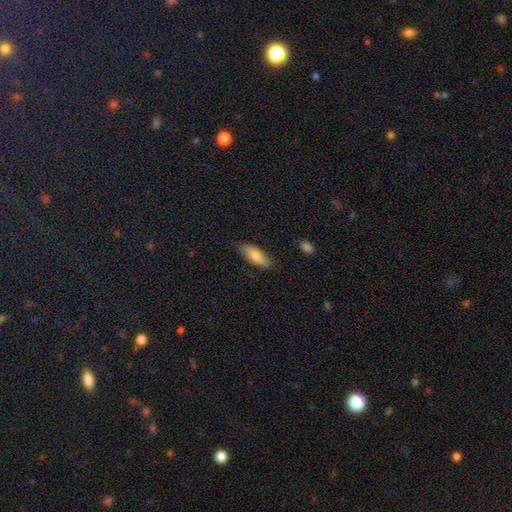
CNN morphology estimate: Smooth or featured?
  - smooth: 76% *
  - featured or disk: 18%
  - star or artifact: 6%
How rounded?
  - in between: 63% *
  - cigar-shaped: 35%
  - round: 2%
Merging?
  - none: 83% *
  - minor disturbance: 13%
  - major disturbance: 2%
  - merger: 1%